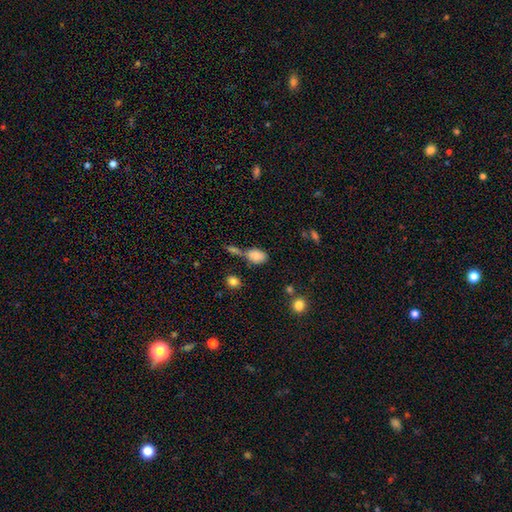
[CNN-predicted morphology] smooth 83%, star or artifact 9%, featured or disk 8%. Down the decision tree: how rounded — in between (84%); merging — none (46%).